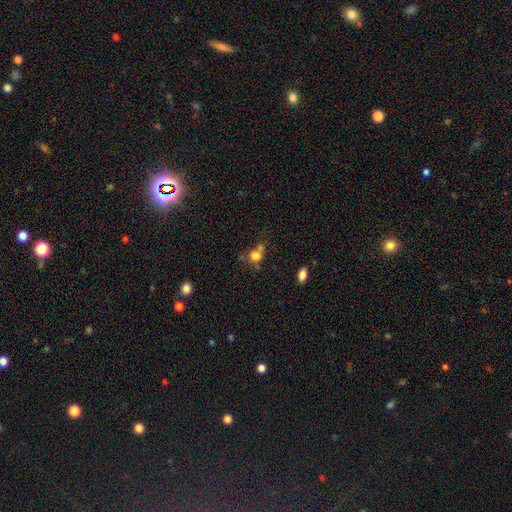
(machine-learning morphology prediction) Q: Smooth or featured?
A: smooth (74%); runner-up: star or artifact (15%)
Q: How rounded?
A: round (71%); runner-up: in between (28%)
Q: Merging?
A: none (43%); runner-up: merger (32%)